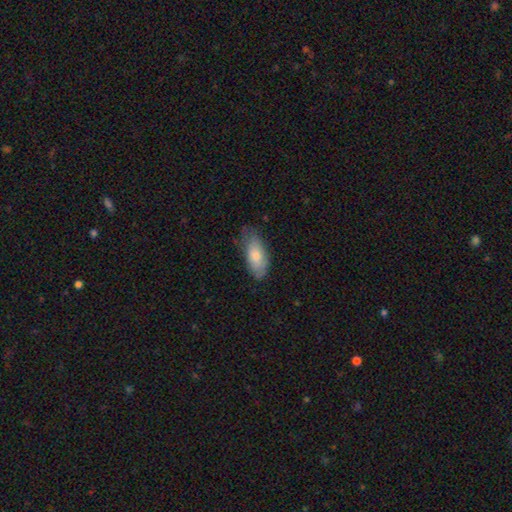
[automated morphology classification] Overall: smooth (75%). How rounded: in between (88%). Merging: none (63%; minor disturbance 29%).